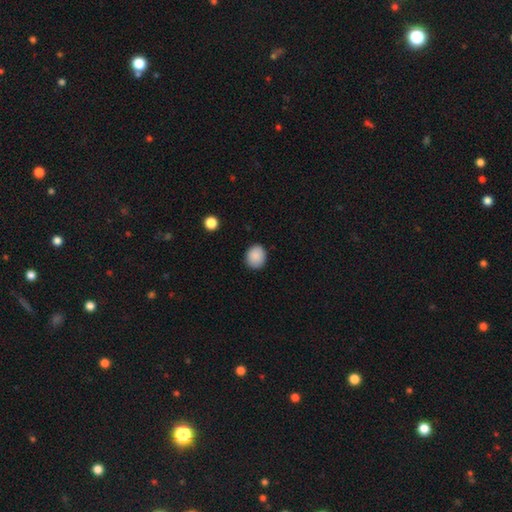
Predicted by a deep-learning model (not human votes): Smooth or featured?
  - smooth: 88% *
  - star or artifact: 8%
  - featured or disk: 4%
How rounded?
  - round: 70% *
  - in between: 29%
  - cigar-shaped: 1%
Merging?
  - none: 88% *
  - minor disturbance: 9%
  - major disturbance: 2%
  - merger: 1%